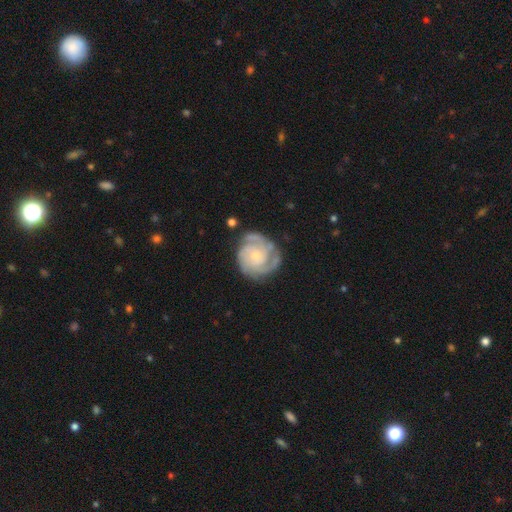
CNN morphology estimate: Smooth or featured: featured or disk — 87% (smooth — 9%)
Edge-on disk: no — 98% (yes — 2%)
Bar: no — 75% (weak — 21%)
Spiral arms: yes — 97% (no — 3%)
Spiral winding: tight — 66% (medium — 29%)
Spiral arm count: 3 — 38% (2 — 29%)
Bulge size: small — 73% (moderate — 21%)
Merging: none — 72% (minor disturbance — 18%)